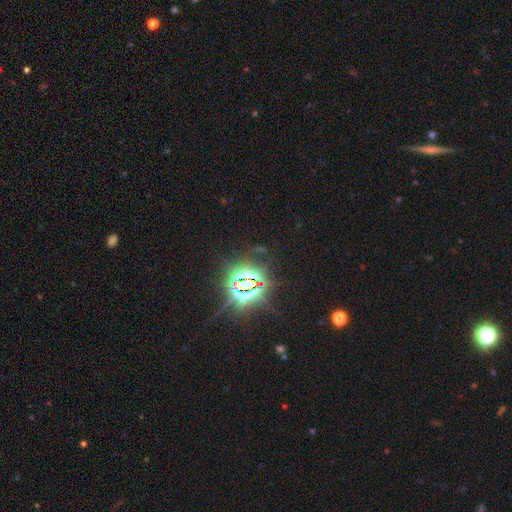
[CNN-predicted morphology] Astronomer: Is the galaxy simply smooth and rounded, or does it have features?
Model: star or artifact — 84%.